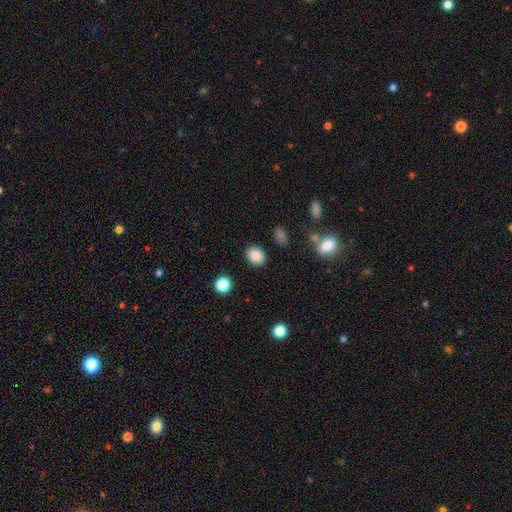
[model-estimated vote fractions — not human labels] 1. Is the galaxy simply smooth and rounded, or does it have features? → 87% smooth, 9% star or artifact, 4% featured or disk.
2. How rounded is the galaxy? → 59% in between, 40% round, 1% cigar-shaped.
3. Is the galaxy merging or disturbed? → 86% none, 9% minor disturbance, 3% major disturbance, 2% merger.